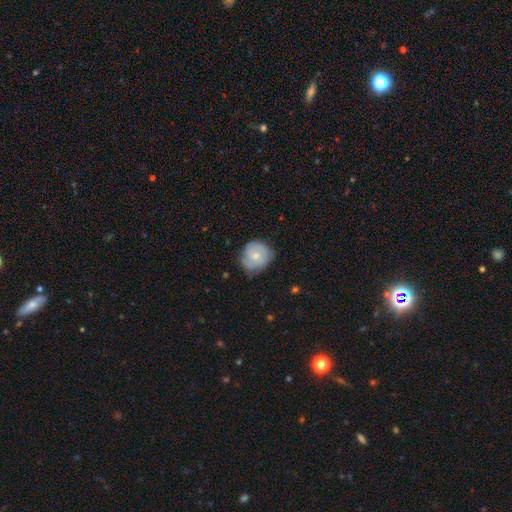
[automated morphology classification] Smooth or featured?
  - smooth: 52% *
  - featured or disk: 41%
  - star or artifact: 7%
How rounded?
  - round: 78% *
  - in between: 21%
  - cigar-shaped: 1%
Merging?
  - none: 57% *
  - minor disturbance: 33%
  - major disturbance: 8%
  - merger: 1%